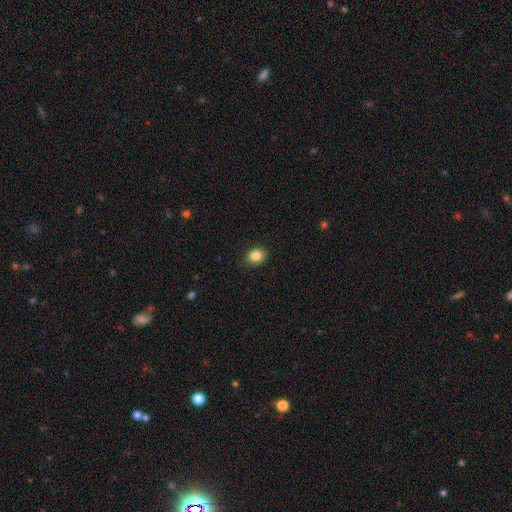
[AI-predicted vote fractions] Smooth or featured: smooth — 85% (star or artifact — 10%)
How rounded: in between — 56% (round — 43%)
Merging: none — 89% (minor disturbance — 8%)